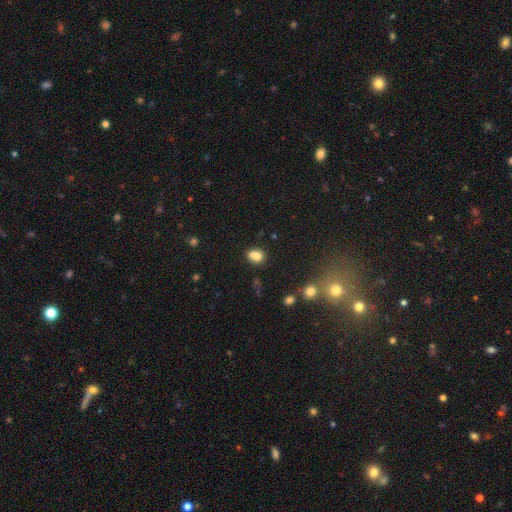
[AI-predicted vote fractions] Smooth or featured: smooth — 81% (star or artifact — 12%)
How rounded: in between — 65% (round — 33%)
Merging: none — 63% (minor disturbance — 16%)